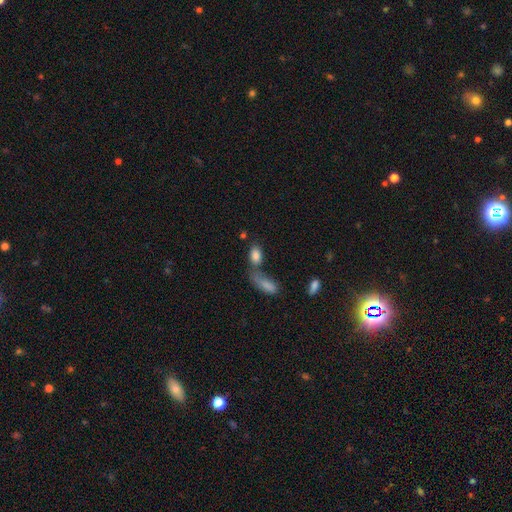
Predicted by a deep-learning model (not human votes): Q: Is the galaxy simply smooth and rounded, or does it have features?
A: smooth — 84%.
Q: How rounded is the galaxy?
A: in between — 88%.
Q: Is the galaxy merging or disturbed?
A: merger — 40%, tied with none.